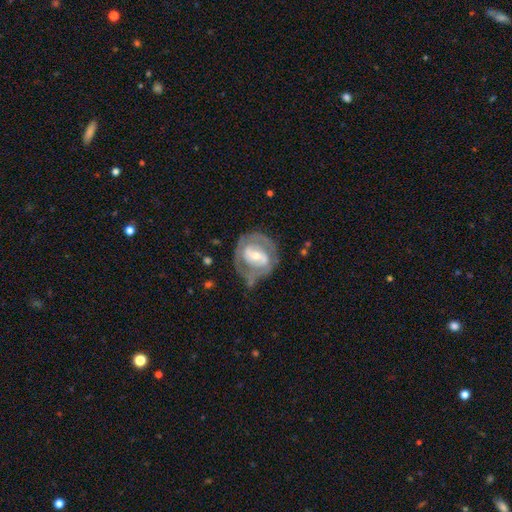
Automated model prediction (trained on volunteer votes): A featured or disk galaxy (75%) with a weak bar (40%), spiral arms (68%) and a moderate central bulge (49%).

Vote fractions:
- Smooth or featured? featured or disk: 75% / smooth: 20% / star or artifact: 5%
- Edge-on disk? no: 96% / yes: 4%
- Bar? weak: 40% / no: 31% / strong: 29%
- Spiral arms? yes: 68% / no: 32%
- Bulge size? moderate: 49% / small: 44% / large: 5% / none: 1% / dominant: 1%
- Merging? none: 55% / minor disturbance: 23% / major disturbance: 18% / merger: 4%